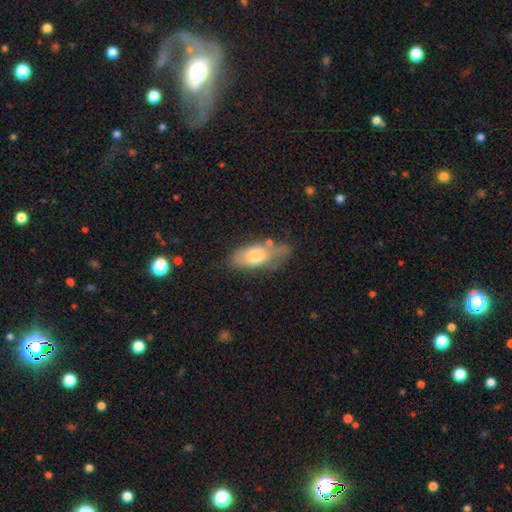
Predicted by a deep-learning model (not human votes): Smooth or featured? Predicted: smooth (p=0.68). How rounded? Predicted: in between (p=0.84). Merging? Predicted: none (p=0.53).